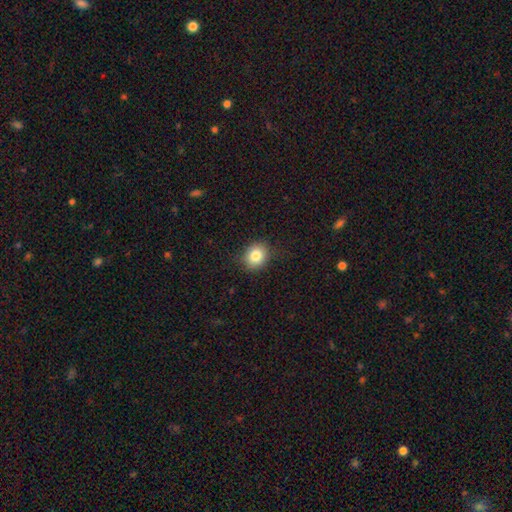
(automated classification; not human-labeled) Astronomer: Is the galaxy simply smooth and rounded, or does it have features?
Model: smooth — 82%.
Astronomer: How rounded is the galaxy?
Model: round — 69%.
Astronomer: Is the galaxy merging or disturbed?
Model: none — 87%.